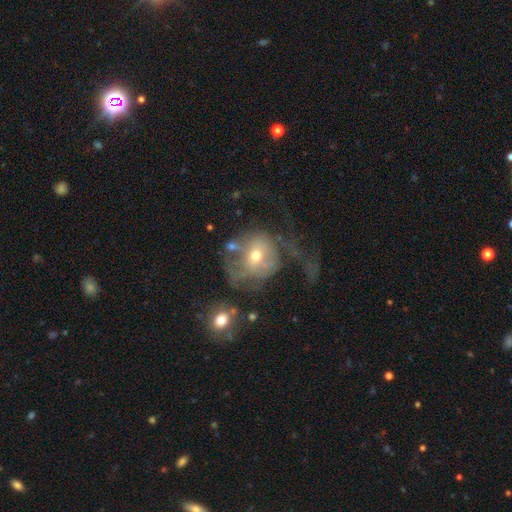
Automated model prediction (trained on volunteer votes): Morphology: type=featured or disk (51%); edge-on=no (96%); merging=major disturbance (54%).